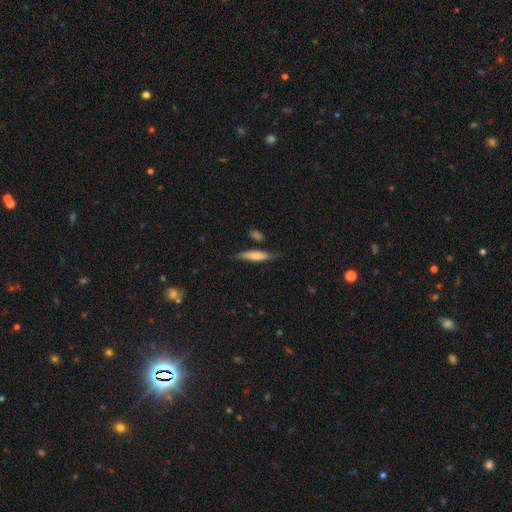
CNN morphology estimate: The model was most divided on "smooth or featured": smooth: 67%, featured or disk: 27%, star or artifact: 6%. More confident: how rounded — cigar-shaped (81%); merging — none (73%).